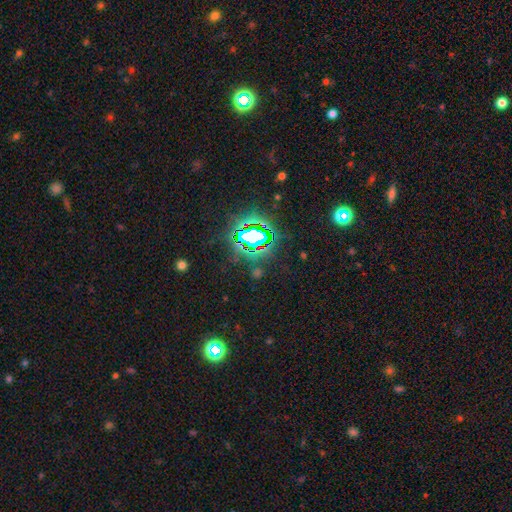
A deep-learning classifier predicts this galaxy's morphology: Overall: star or artifact (82%).